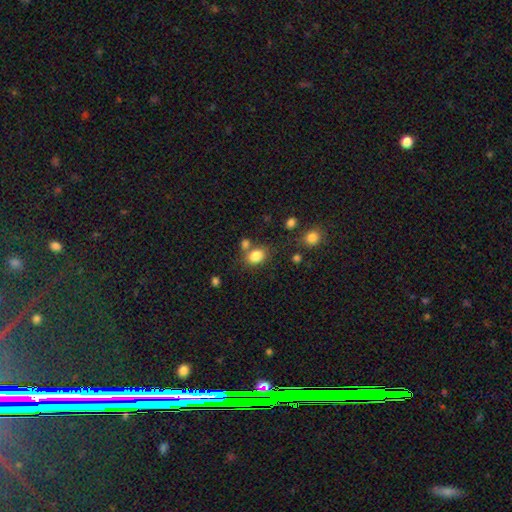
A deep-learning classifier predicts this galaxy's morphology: Smooth or featured?
  - smooth: 83% *
  - star or artifact: 10%
  - featured or disk: 7%
How rounded?
  - in between: 63% *
  - round: 36%
  - cigar-shaped: 1%
Merging?
  - none: 64% *
  - merger: 18%
  - minor disturbance: 13%
  - major disturbance: 5%